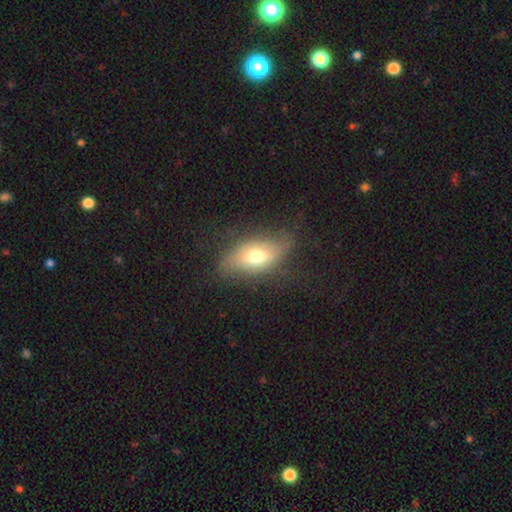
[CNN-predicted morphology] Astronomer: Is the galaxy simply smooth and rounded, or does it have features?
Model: smooth — 59%.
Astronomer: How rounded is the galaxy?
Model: in between — 84%.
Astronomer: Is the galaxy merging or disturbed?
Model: none — 63%.